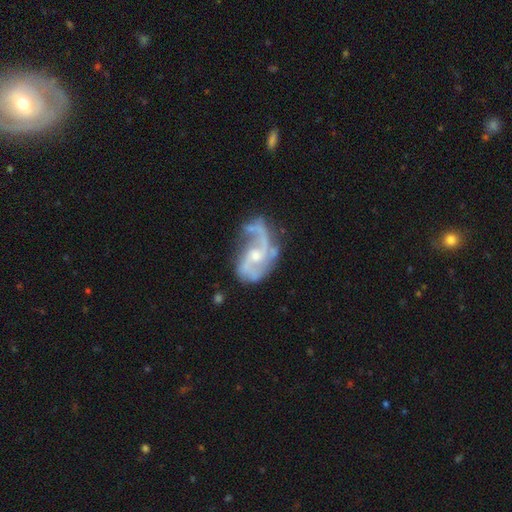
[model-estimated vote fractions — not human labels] Smooth or featured? featured or disk (88%)
Edge-on disk? no (97%)
Bar? no (55%)
Spiral arms? yes (95%)
Spiral winding? loose (50%)
Spiral arm count? 2 (77%)
Bulge size? small (50%)
Merging? none (46%)